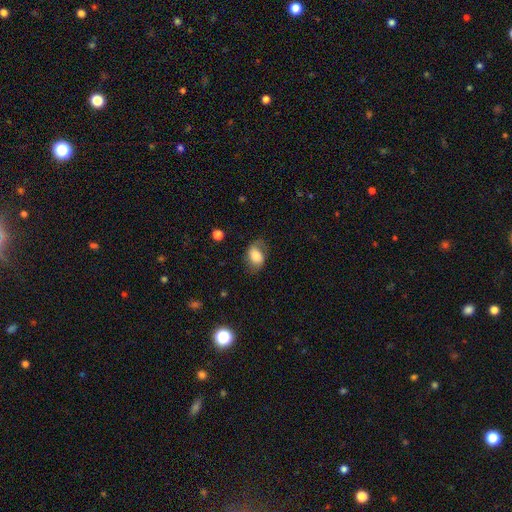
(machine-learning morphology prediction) Smooth or featured: smooth — 67% (featured or disk — 25%)
How rounded: in between — 79% (round — 20%)
Merging: none — 61% (minor disturbance — 25%)